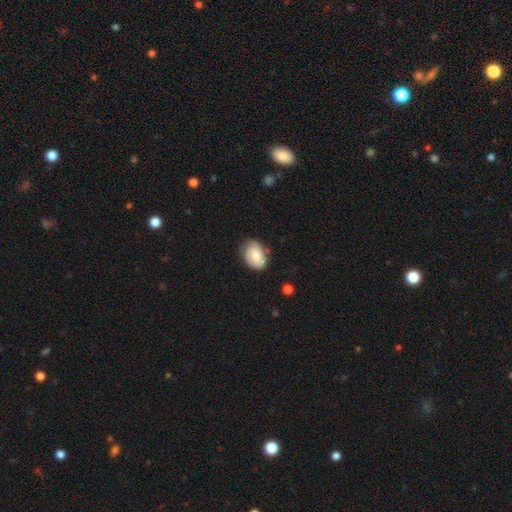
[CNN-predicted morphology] Smooth or featured?
  - smooth: 70% *
  - featured or disk: 23%
  - star or artifact: 7%
How rounded?
  - in between: 80% *
  - round: 19%
  - cigar-shaped: 1%
Merging?
  - none: 68% *
  - minor disturbance: 25%
  - major disturbance: 5%
  - merger: 2%